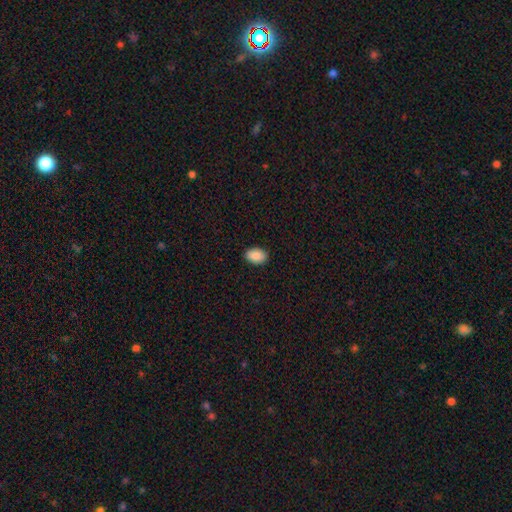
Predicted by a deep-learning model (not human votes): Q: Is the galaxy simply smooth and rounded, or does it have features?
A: smooth — 89%.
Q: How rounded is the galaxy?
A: in between — 85%.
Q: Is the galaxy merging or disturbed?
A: none — 90%.